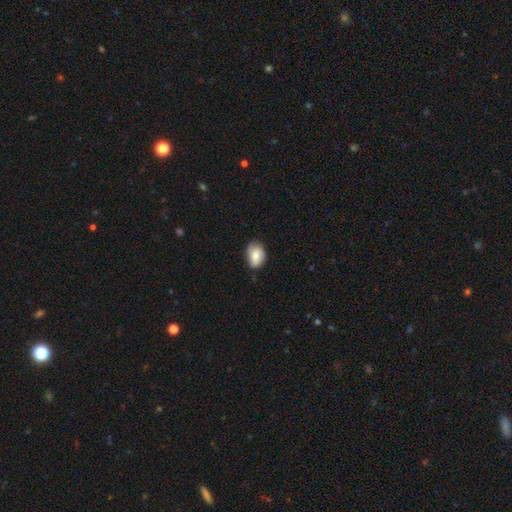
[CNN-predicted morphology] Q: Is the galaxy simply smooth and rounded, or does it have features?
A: smooth — 78%.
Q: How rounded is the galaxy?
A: in between — 74%.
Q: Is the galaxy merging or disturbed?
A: none — 71%.